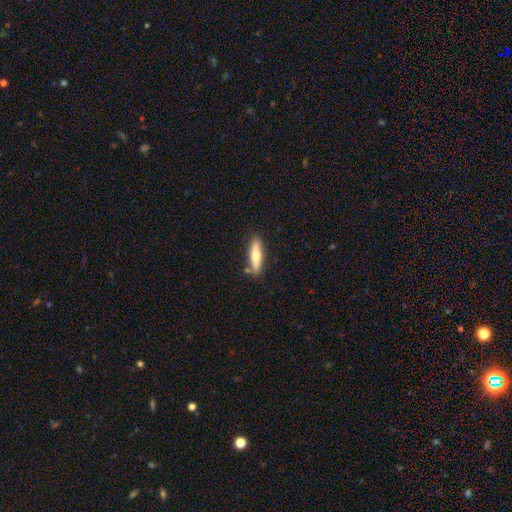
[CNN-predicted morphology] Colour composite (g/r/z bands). It shows a smooth galaxy with no disk features (56%) that is cigar-shaped (72%). Merging: none (83%).